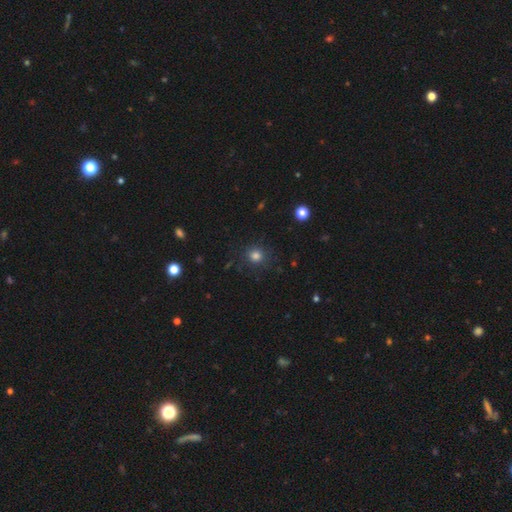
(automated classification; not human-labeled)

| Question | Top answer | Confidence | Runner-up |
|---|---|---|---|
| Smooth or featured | smooth | 81% | star or artifact (14%) |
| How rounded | round | 88% | in between (11%) |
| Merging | none | 86% | minor disturbance (9%) |